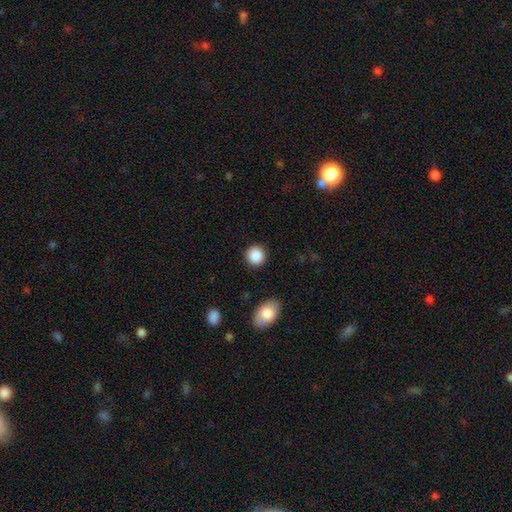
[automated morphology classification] A smooth galaxy with no disk features (88%) that is round (90%).

Vote fractions:
- Smooth or featured? smooth: 88% / star or artifact: 8% / featured or disk: 4%
- How rounded? round: 90% / in between: 9% / cigar-shaped: 1%
- Merging? none: 89% / minor disturbance: 6% / major disturbance: 2% / merger: 2%